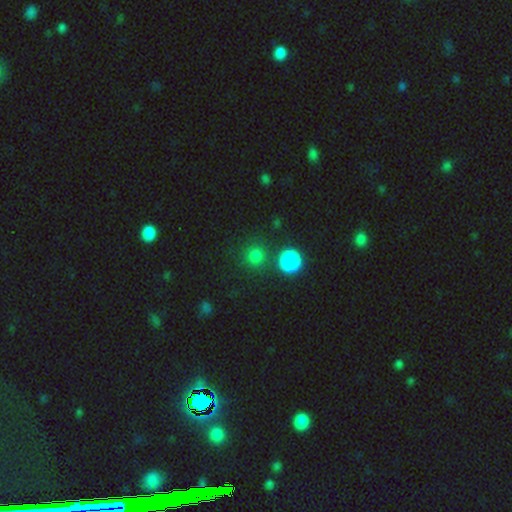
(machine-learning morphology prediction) smooth_or_featured: smooth (p=0.74) [alt: star or artifact p=0.21]
how_rounded: round (p=0.92) [alt: in between p=0.07]
merging: none (p=0.82) [alt: minor disturbance p=0.08]